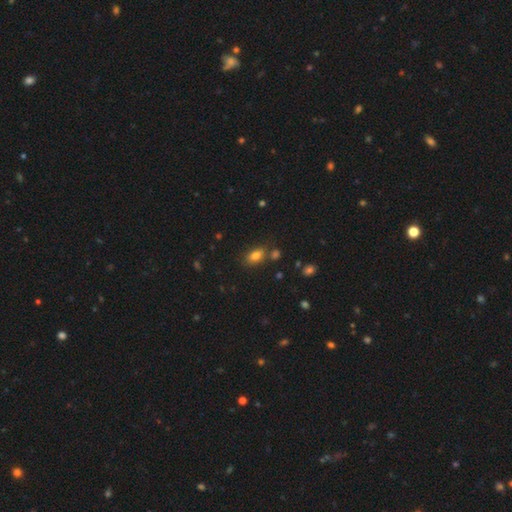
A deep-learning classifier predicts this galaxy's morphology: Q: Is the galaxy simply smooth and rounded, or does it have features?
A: smooth — 80%.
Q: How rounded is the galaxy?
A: in between — 84%.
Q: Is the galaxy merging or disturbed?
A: none — 71%.